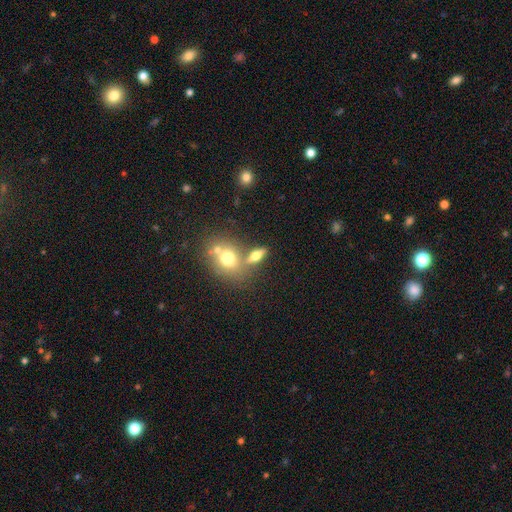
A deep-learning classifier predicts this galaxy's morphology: type=smooth (59%); roundness=in between (58%); merging=none (57%).